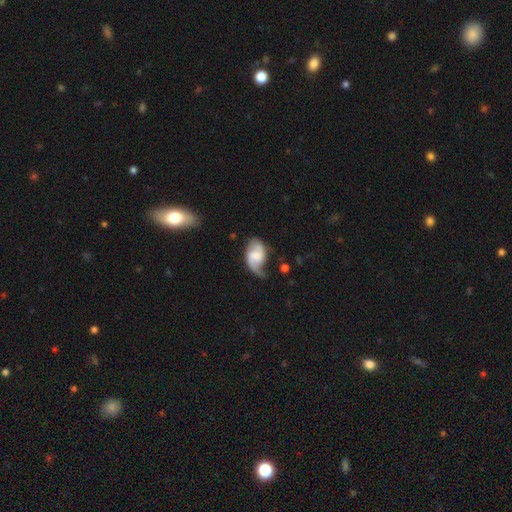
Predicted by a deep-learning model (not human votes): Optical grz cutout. It shows a featured or disk galaxy (69%) with a weak bar (49%), 2 (71%) loose (52%) spiral arms (92%) and a moderate central bulge (33%). Merging: none (45%).